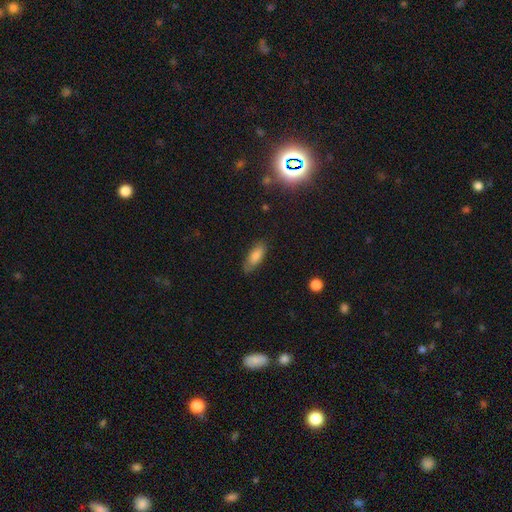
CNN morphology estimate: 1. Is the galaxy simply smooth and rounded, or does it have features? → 80% smooth, 12% featured or disk, 7% star or artifact.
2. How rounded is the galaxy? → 73% in between, 25% cigar-shaped, 2% round.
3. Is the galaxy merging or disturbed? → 78% none, 17% minor disturbance, 3% major disturbance, 1% merger.